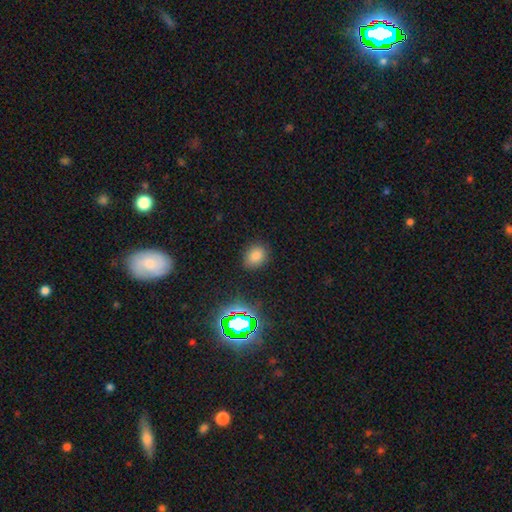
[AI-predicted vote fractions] Q: Smooth or featured?
A: smooth (77%); runner-up: star or artifact (17%)
Q: How rounded?
A: in between (53%); runner-up: round (46%)
Q: Merging?
A: none (84%); runner-up: minor disturbance (11%)